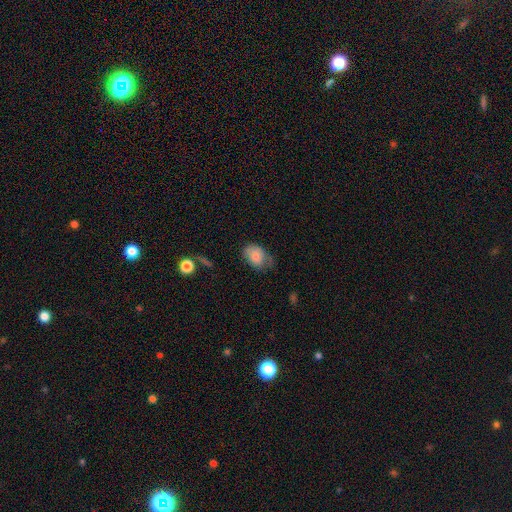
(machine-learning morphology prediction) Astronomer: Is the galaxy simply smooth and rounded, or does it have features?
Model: smooth — 79%.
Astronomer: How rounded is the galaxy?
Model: in between — 77%.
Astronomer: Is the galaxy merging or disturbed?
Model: none — 44% (runner-up: minor disturbance, 37%).